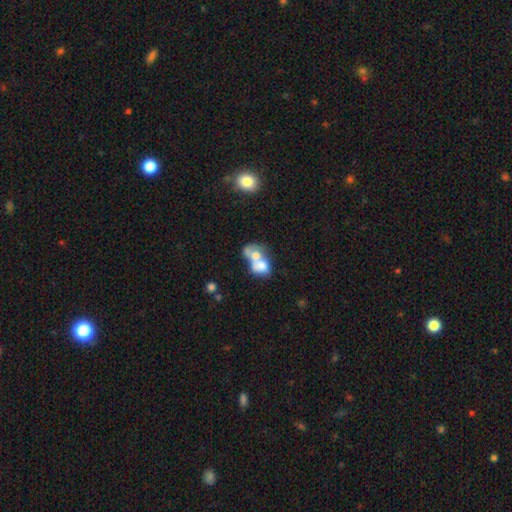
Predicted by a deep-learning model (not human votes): This appears to be a smooth galaxy with no disk features (58%) that is in between round and cigar-shaped (63%). Merging: merger (76%).